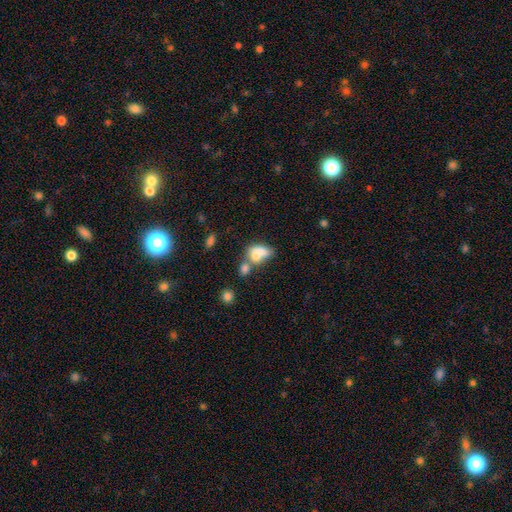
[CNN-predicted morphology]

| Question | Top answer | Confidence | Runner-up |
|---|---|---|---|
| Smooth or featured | smooth | 69% | featured or disk (20%) |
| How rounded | in between | 79% | round (17%) |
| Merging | merger | 57% | none (19%) |